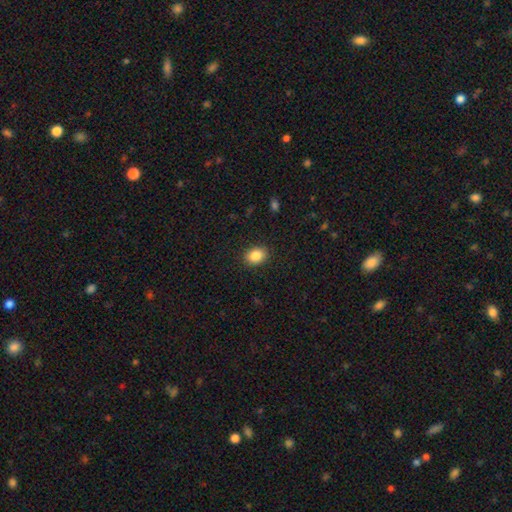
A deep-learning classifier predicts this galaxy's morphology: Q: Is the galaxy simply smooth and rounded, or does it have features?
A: smooth — 86%.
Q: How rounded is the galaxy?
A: in between — 65%.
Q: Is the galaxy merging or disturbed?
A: none — 89%.